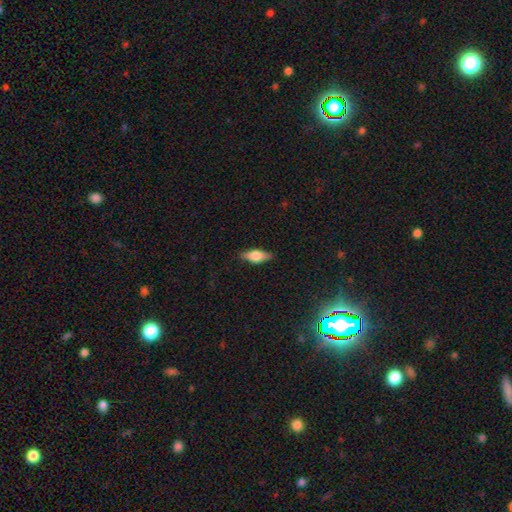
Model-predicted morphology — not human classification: Smooth or featured?
  - smooth: 66% *
  - featured or disk: 27%
  - star or artifact: 7%
How rounded?
  - in between: 73% *
  - cigar-shaped: 24%
  - round: 4%
Merging?
  - none: 85% *
  - minor disturbance: 12%
  - major disturbance: 2%
  - merger: 1%